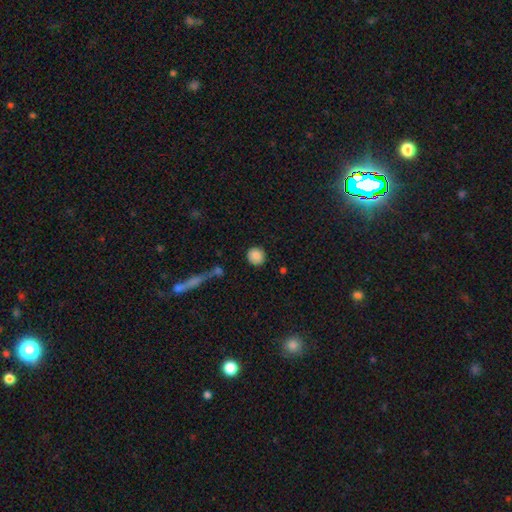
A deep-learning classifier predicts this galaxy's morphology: Smooth or featured? smooth (87%)
How rounded? round (92%)
Merging? none (86%)